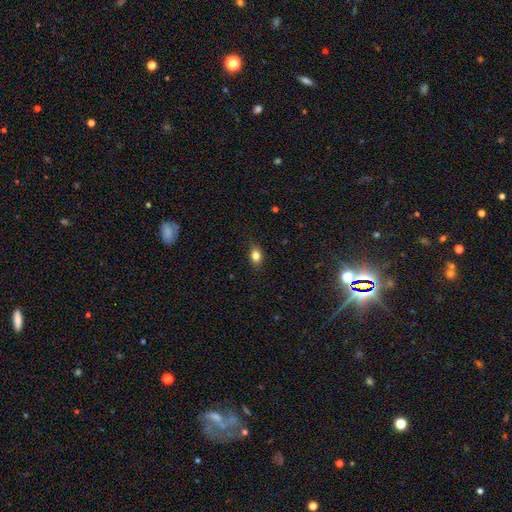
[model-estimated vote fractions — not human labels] smooth_or_featured: smooth (p=0.82) [alt: star or artifact p=0.10]
how_rounded: in between (p=0.76) [alt: round p=0.22]
merging: none (p=0.86) [alt: minor disturbance p=0.10]